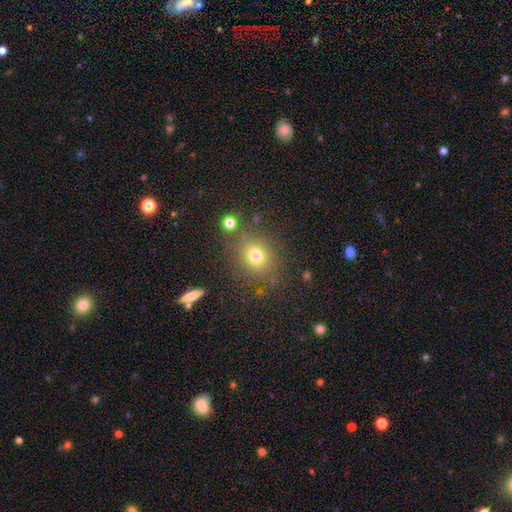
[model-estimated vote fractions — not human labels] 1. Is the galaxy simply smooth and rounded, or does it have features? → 74% smooth, 16% star or artifact, 9% featured or disk.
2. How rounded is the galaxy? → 75% round, 24% in between, 1% cigar-shaped.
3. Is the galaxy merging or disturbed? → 80% none, 11% minor disturbance, 5% major disturbance, 5% merger.